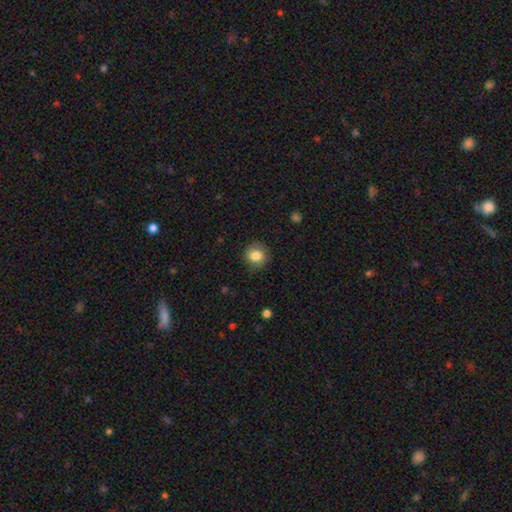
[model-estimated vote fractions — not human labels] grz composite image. It shows a smooth galaxy with no disk features (83%) that is round (82%). Merging: none (81%).